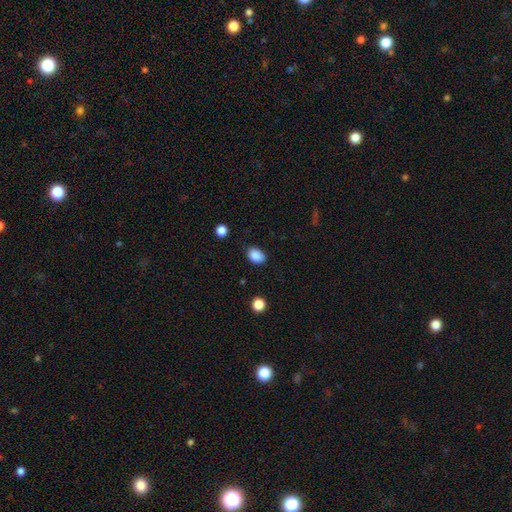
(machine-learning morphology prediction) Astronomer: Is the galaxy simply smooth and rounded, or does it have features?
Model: smooth — 88%.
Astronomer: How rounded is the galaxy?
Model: in between — 75%.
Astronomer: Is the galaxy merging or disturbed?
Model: none — 83%.